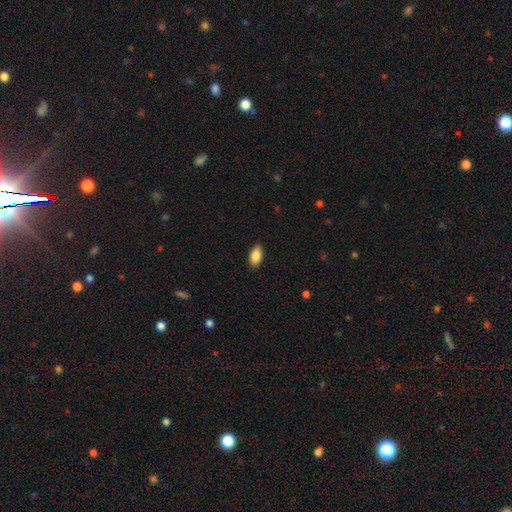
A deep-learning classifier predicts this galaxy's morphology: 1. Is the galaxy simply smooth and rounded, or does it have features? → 87% smooth, 7% star or artifact, 6% featured or disk.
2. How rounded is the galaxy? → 92% in between, 5% cigar-shaped, 3% round.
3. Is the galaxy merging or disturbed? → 88% none, 9% minor disturbance, 2% major disturbance, 1% merger.